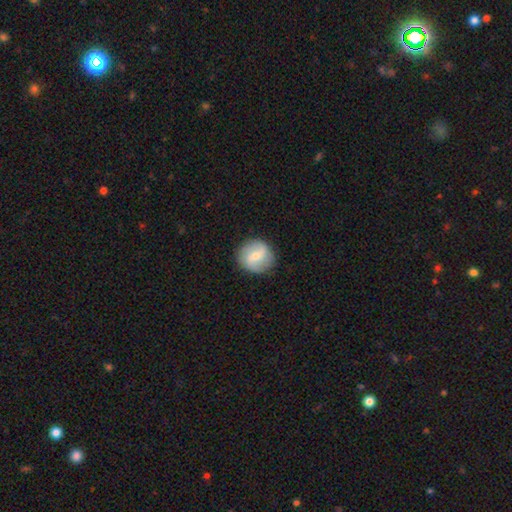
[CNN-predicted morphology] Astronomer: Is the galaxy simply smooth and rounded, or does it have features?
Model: featured or disk — 55% (runner-up: smooth, 39%).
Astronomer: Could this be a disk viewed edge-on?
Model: no — 97%.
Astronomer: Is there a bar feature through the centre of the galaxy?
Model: weak — 50% (runner-up: strong, 25%).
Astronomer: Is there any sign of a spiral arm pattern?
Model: yes — 82%.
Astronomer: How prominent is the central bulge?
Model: small — 53% (runner-up: moderate, 42%).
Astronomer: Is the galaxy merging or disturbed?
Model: none — 87%.